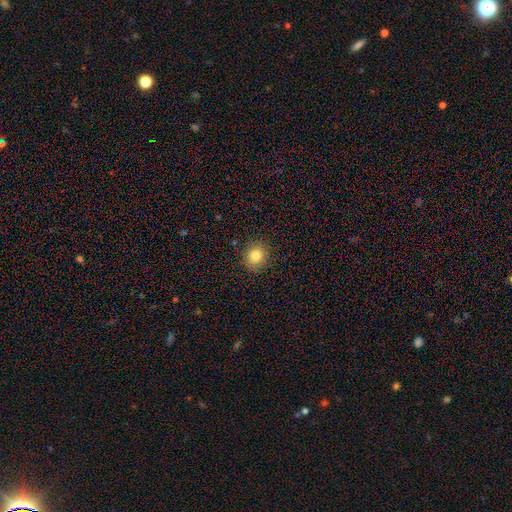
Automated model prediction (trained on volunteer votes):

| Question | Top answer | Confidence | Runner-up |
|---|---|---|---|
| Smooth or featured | smooth | 81% | star or artifact (11%) |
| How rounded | round | 79% | in between (20%) |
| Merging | none | 89% | minor disturbance (8%) |